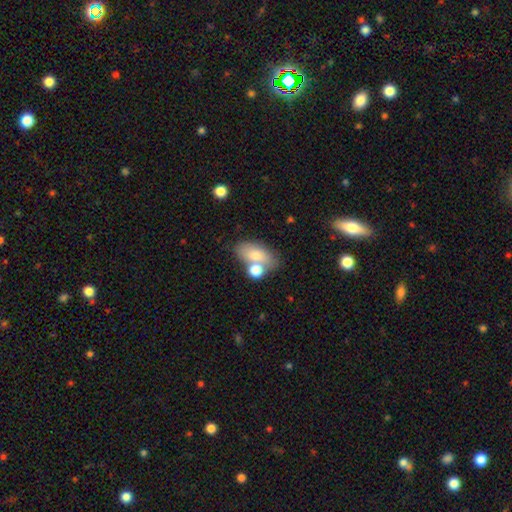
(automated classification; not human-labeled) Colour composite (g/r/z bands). It shows a smooth galaxy with no disk features (74%) that is in between round and cigar-shaped (86%). Merging: none (48%).